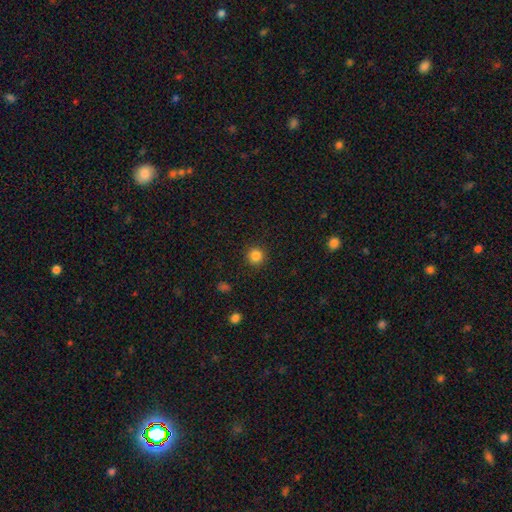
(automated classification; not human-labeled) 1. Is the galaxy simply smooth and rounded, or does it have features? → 85% smooth, 12% star or artifact, 4% featured or disk.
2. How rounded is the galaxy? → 94% round, 5% in between, 1% cigar-shaped.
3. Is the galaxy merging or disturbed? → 91% none, 5% minor disturbance, 2% major disturbance, 1% merger.